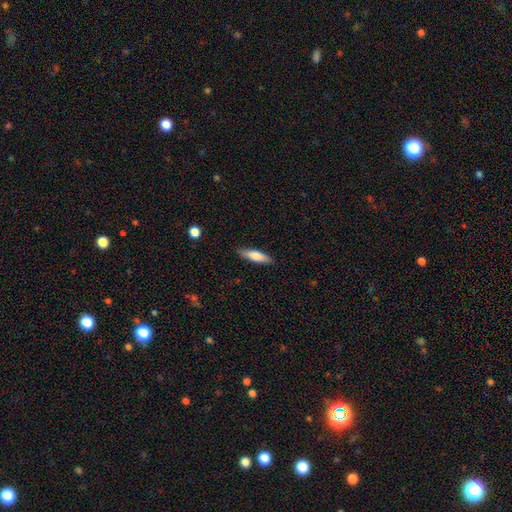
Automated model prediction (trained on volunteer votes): Smooth or featured: smooth — 71% (featured or disk — 23%)
How rounded: cigar-shaped — 68% (in between — 30%)
Merging: none — 87% (minor disturbance — 10%)